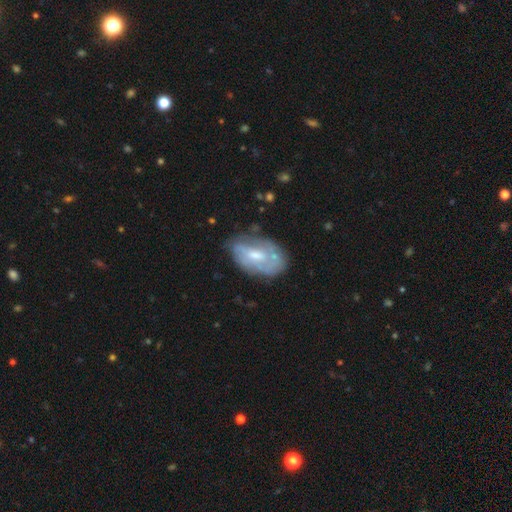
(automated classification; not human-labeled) Smooth or featured? featured or disk (54%)
Edge-on disk? no (94%)
Bar? no (50%)
Spiral arms? no (54%)
Bulge size? moderate (53%)
Merging? none (54%)